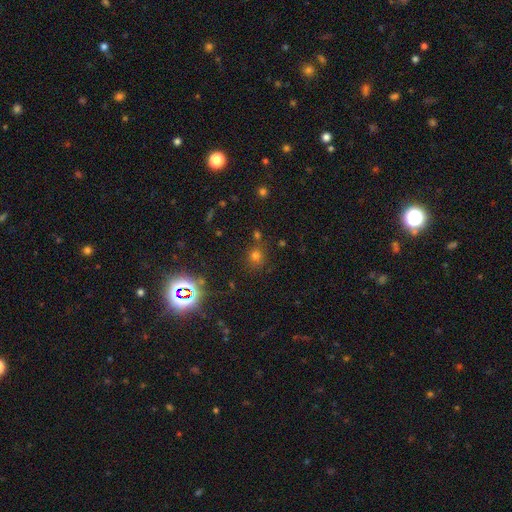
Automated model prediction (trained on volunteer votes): Smooth or featured? smooth (61%)
How rounded? round (81%)
Merging? none (72%)